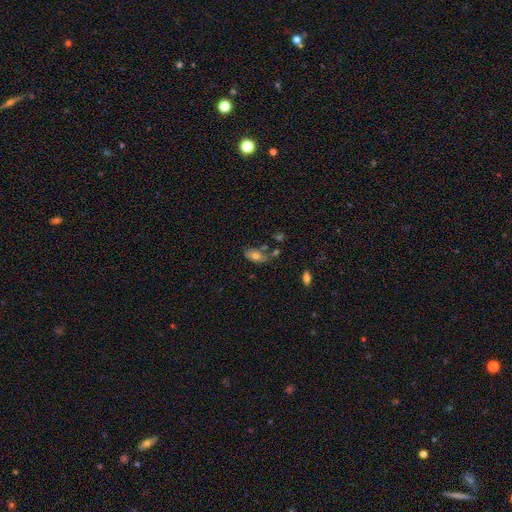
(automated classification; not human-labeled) smooth-or-featured: smooth: 68% | featured or disk: 23% | star or artifact: 9%
  how-rounded: in between: 90% | round: 6% | cigar-shaped: 4%
  merging: none: 50% | minor disturbance: 24% | merger: 17% | major disturbance: 9%